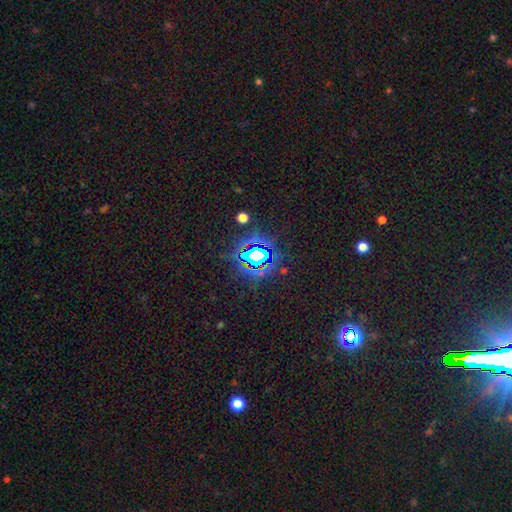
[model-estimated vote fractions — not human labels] smooth_or_featured: star or artifact (p=0.75) [alt: smooth p=0.14]